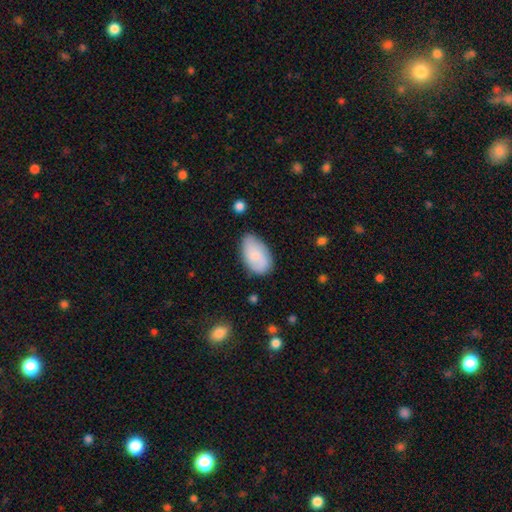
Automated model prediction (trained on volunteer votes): Smooth or featured? Predicted: smooth (p=0.70). How rounded? Predicted: in between (p=0.94). Merging? Predicted: none (p=0.72).